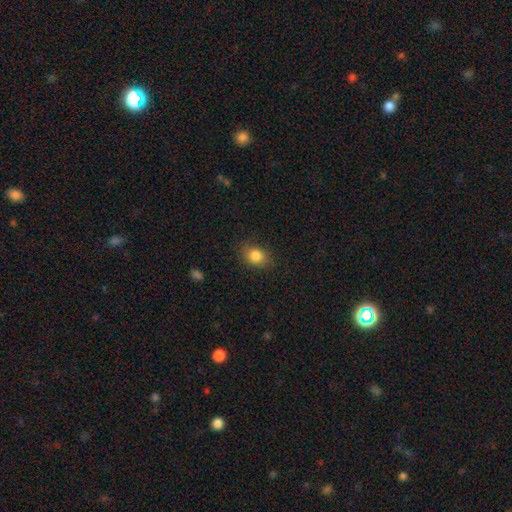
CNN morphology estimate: smooth_or_featured: smooth (p=0.84) [alt: star or artifact p=0.10]
how_rounded: in between (p=0.52) [alt: round p=0.47]
merging: none (p=0.80) [alt: minor disturbance p=0.15]